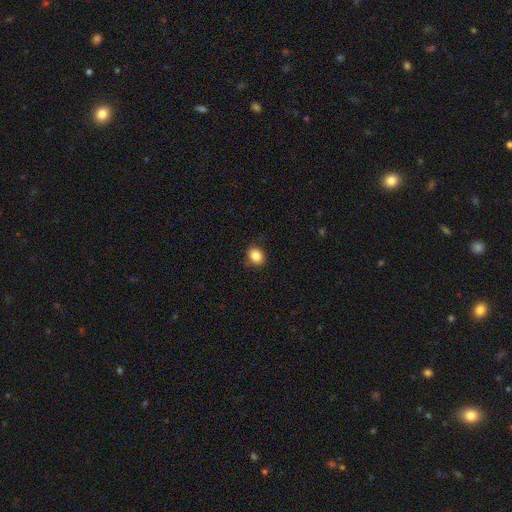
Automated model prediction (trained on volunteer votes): Smooth or featured?
  - smooth: 86% *
  - star or artifact: 10%
  - featured or disk: 4%
How rounded?
  - round: 60% *
  - in between: 39%
  - cigar-shaped: 1%
Merging?
  - none: 85% *
  - minor disturbance: 12%
  - major disturbance: 2%
  - merger: 1%